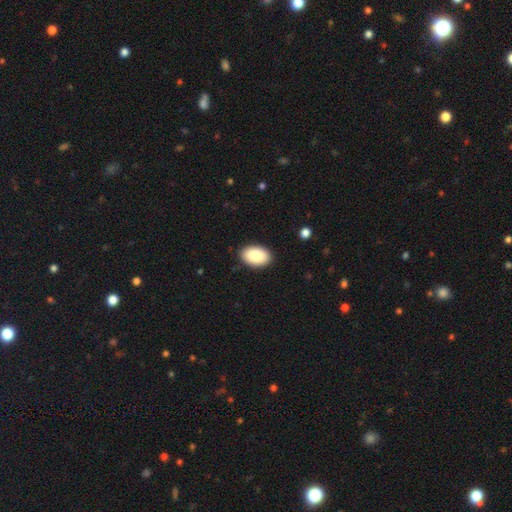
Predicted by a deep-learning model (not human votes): The model was most divided on "merging": none: 89%, minor disturbance: 8%, major disturbance: 2%, merger: 1%. More confident: how rounded — in between (92%); smooth or featured — smooth (88%).